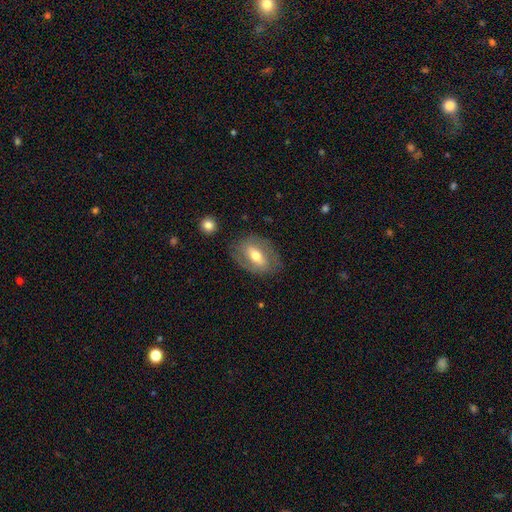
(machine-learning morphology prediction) smooth-or-featured: featured or disk: 54% | smooth: 39% | star or artifact: 7%
  disk-edge-on: no: 90% | yes: 10%
  merging: none: 76% | minor disturbance: 16% | major disturbance: 7% | merger: 2%